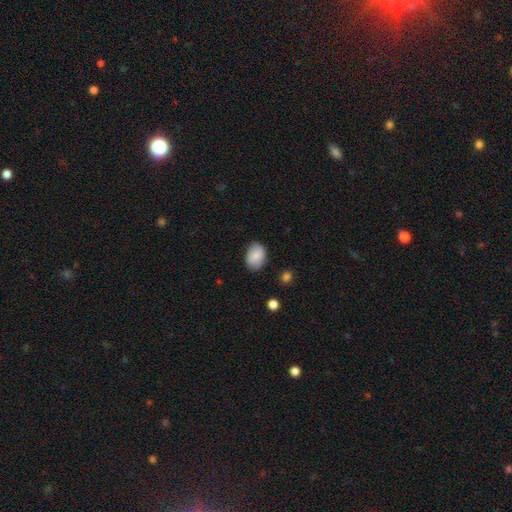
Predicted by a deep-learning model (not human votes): This is clearly a smooth galaxy (81%). How rounded: likely in between (78%). Merging: likely none (80%).